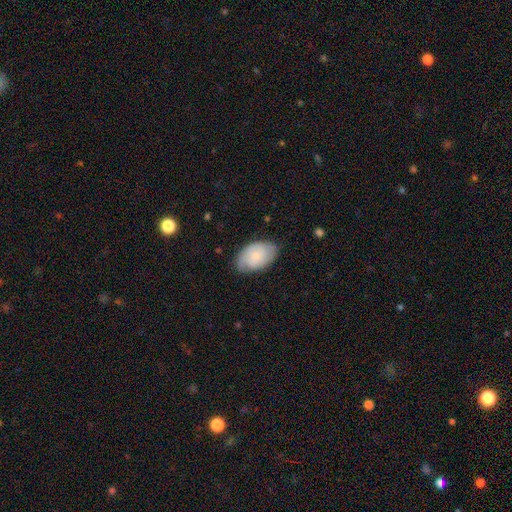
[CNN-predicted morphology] Smooth or featured? smooth (65%)
How rounded? in between (92%)
Merging? none (71%)